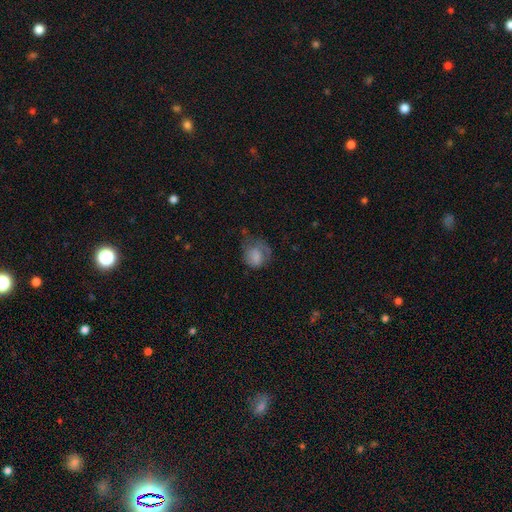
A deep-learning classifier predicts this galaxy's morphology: Smooth or featured? Predicted: smooth (p=0.63). How rounded? Predicted: round (p=0.60). Merging? Predicted: none (p=0.35).